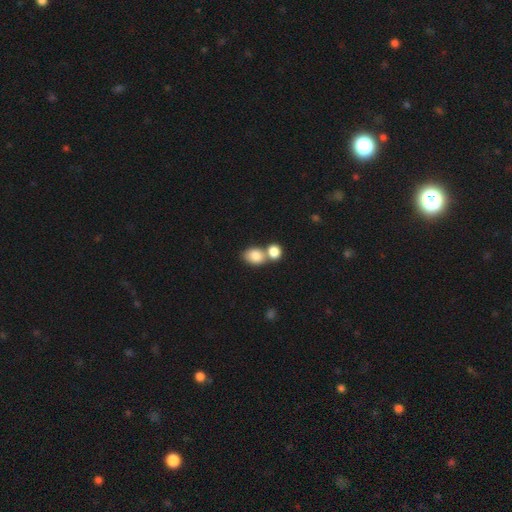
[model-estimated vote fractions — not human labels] This appears to be a smooth galaxy with no disk features (83%) that is in between round and cigar-shaped (64%). Merging: merger (53%).